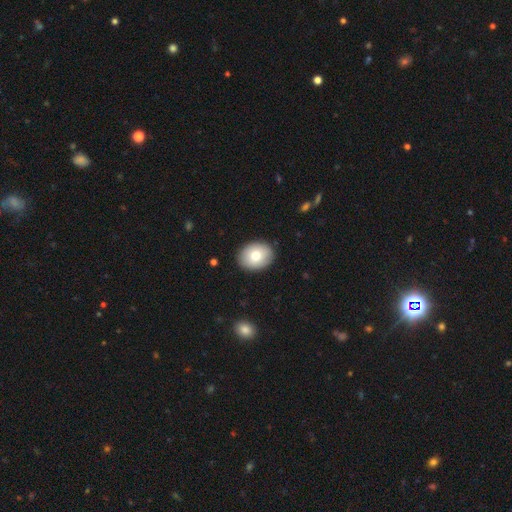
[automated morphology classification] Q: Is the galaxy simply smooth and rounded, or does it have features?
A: smooth — 79%.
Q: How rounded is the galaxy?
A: in between — 59%.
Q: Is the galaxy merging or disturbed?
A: none — 89%.